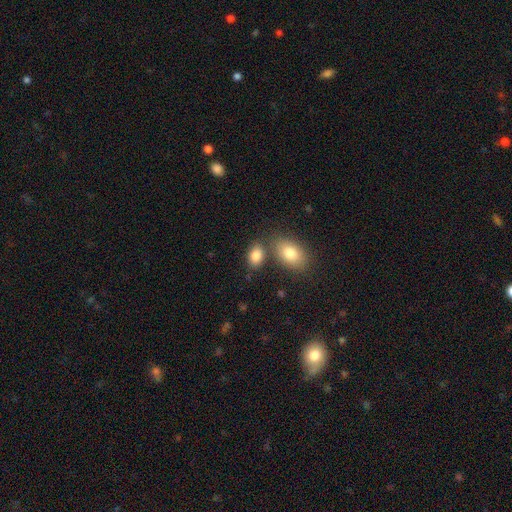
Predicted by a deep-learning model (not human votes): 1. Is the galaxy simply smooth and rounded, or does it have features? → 84% smooth, 8% star or artifact, 8% featured or disk.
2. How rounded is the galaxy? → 86% in between, 13% round, 2% cigar-shaped.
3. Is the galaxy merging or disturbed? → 65% none, 20% merger, 11% minor disturbance, 4% major disturbance.